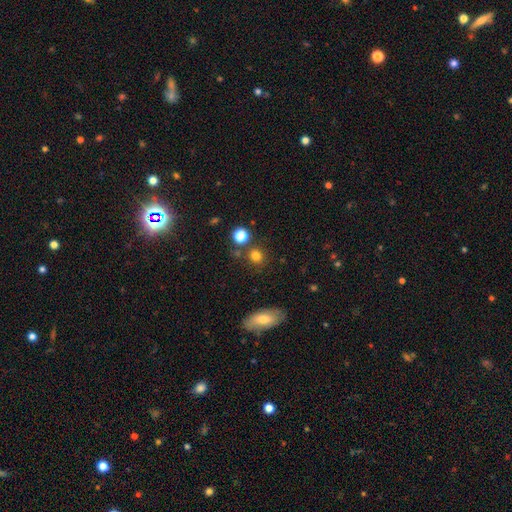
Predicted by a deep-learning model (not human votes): Morphology: type=smooth (79%); roundness=round (84%); merging=none (76%).